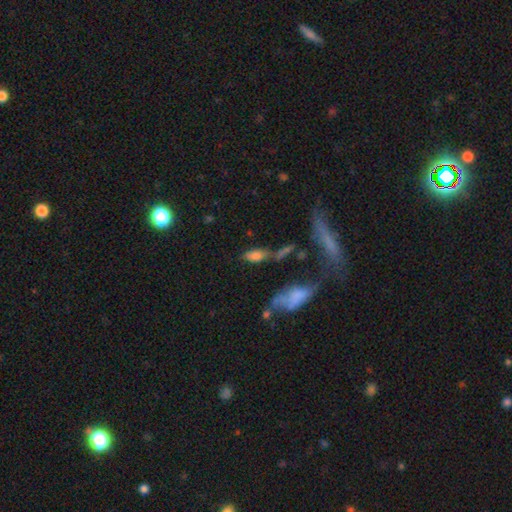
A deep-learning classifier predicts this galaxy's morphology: Smooth or featured? smooth (69%)
How rounded? in between (76%)
Merging? none (41%)